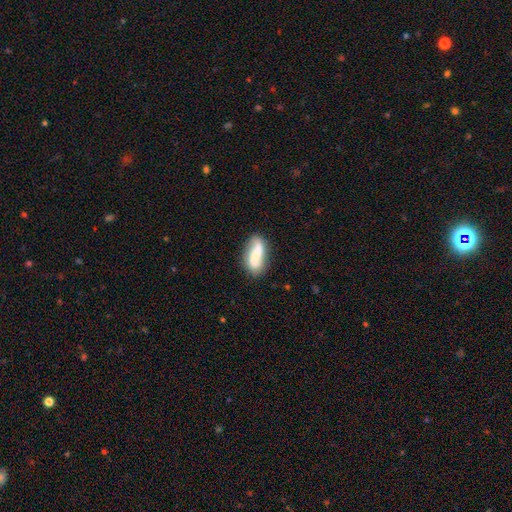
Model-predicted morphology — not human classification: A featured or disk galaxy (60%) with no bar (52%), 2 (87%) loose (57%) spiral arms (90%) and a small central bulge (49%).

Vote fractions:
- Smooth or featured? featured or disk: 60% / smooth: 34% / star or artifact: 7%
- Edge-on disk? no: 94% / yes: 6%
- Bar? no: 52% / weak: 33% / strong: 15%
- Spiral arms? yes: 90% / no: 10%
- Spiral winding? loose: 57% / medium: 30% / tight: 14%
- Spiral arm count? 2: 87% / can't tell: 6% / 1: 4% / 3: 1% / 4: 1% / more than 4: 1%
- Bulge size? small: 49% / moderate: 38% / none: 7% / large: 4% / dominant: 2%
- Merging? none: 75% / minor disturbance: 17% / major disturbance: 5% / merger: 3%